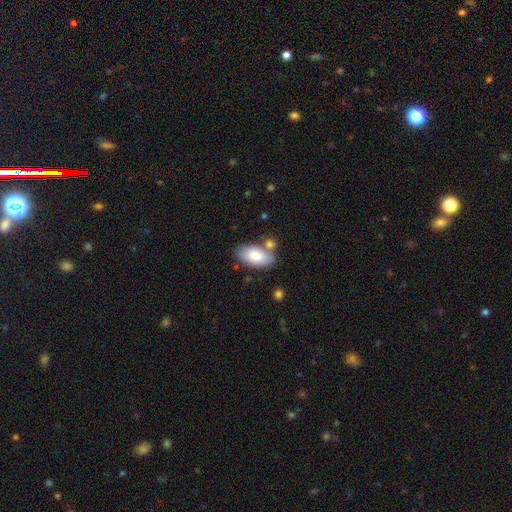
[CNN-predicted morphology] This is clearly a smooth galaxy (82%). How rounded: clearly in between (94%). Merging: likely none (66%).